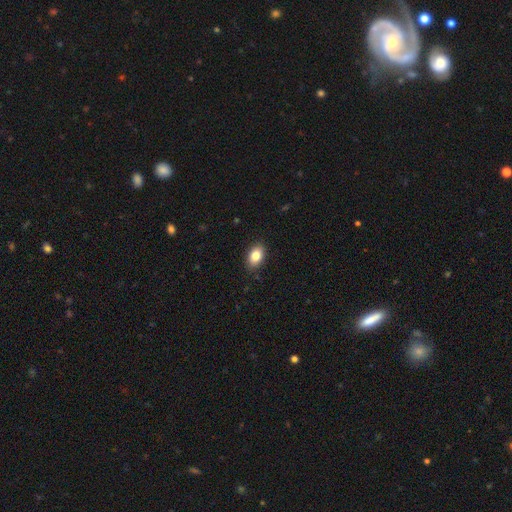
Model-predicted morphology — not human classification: A smooth galaxy with no disk features (84%) that is in between round and cigar-shaped (86%).

Vote fractions:
- Smooth or featured? smooth: 84% / star or artifact: 8% / featured or disk: 8%
- How rounded? in between: 86% / round: 12% / cigar-shaped: 1%
- Merging? none: 88% / minor disturbance: 9% / major disturbance: 2% / merger: 1%